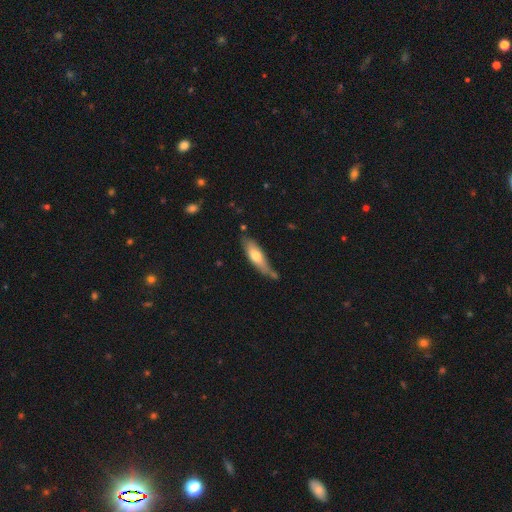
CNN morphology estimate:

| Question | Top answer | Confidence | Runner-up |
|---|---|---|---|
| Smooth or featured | smooth | 61% | featured or disk (33%) |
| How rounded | cigar-shaped | 59% | in between (39%) |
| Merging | none | 60% | minor disturbance (25%) |